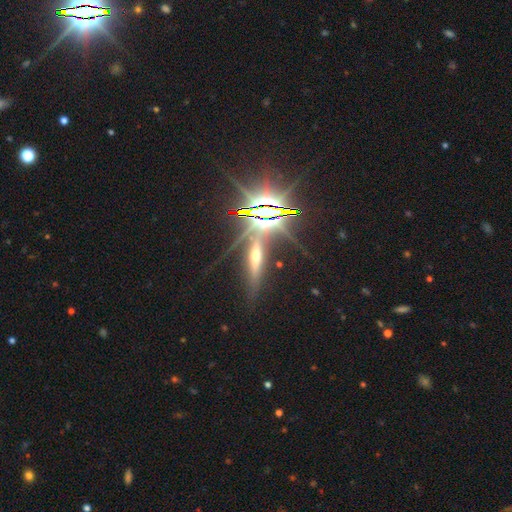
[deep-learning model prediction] Morphology: type=featured or disk (49%); merging=none (66%).